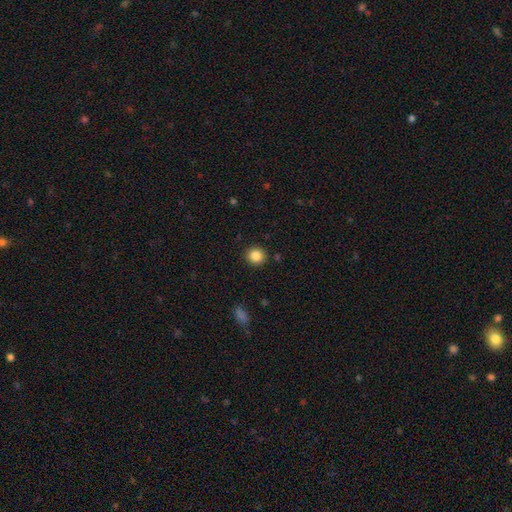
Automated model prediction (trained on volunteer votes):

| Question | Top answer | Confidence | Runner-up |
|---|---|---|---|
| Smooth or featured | smooth | 85% | star or artifact (10%) |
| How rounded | round | 91% | in between (9%) |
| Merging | none | 91% | minor disturbance (6%) |